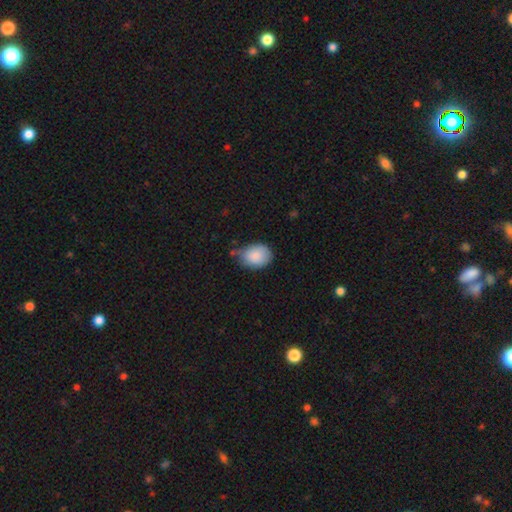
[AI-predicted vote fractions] A smooth galaxy with no disk features (87%) that is in between round and cigar-shaped (64%). Merging: none (54%).